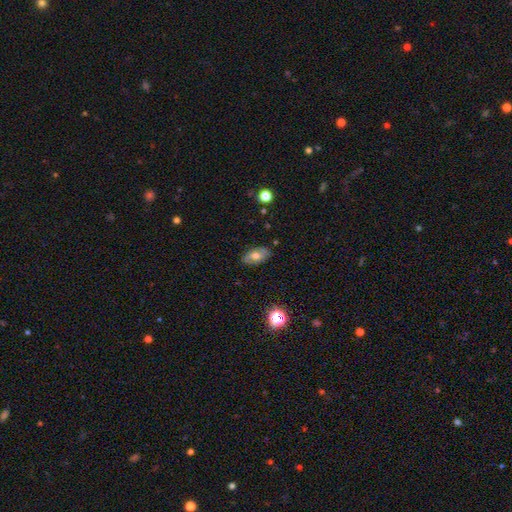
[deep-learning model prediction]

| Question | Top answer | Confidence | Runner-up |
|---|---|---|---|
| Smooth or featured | smooth | 52% | featured or disk (38%) |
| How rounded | in between | 90% | round (8%) |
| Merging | none | 83% | minor disturbance (13%) |